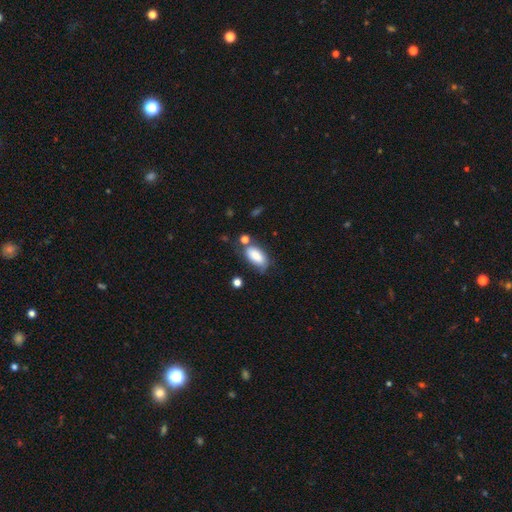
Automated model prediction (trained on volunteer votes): The model was most divided on "merging": none: 55%, minor disturbance: 25%, merger: 11%, major disturbance: 9%. More confident: how rounded — in between (92%); smooth or featured — smooth (83%).